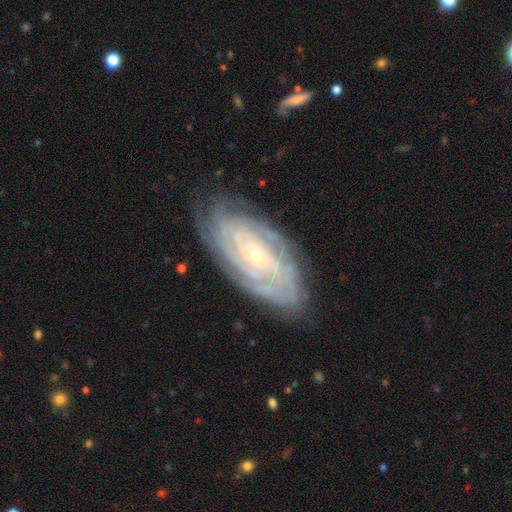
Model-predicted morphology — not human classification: Overall: featured or disk (83%). Edge-on disk: no (93%). Bar: no (70%). Spiral arms: yes (94%). Spiral arm count: can't tell (41%; 4 18%). Spiral winding: tight (78%). Bulge size: small (84%). Merging: none (77%).